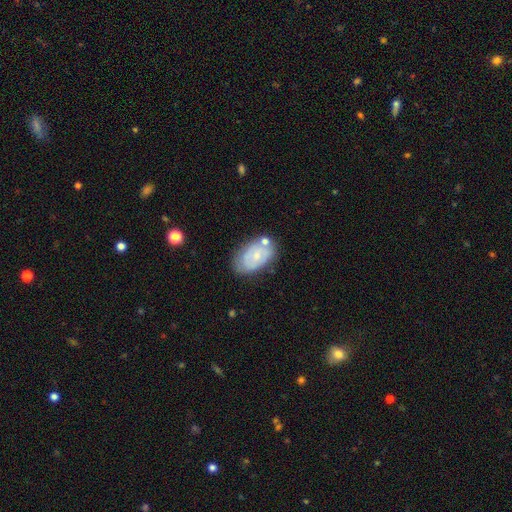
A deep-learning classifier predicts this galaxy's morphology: smooth-or-featured: featured or disk: 50% | smooth: 43% | star or artifact: 7%
  merging: none: 60% | minor disturbance: 23% | merger: 10% | major disturbance: 7%